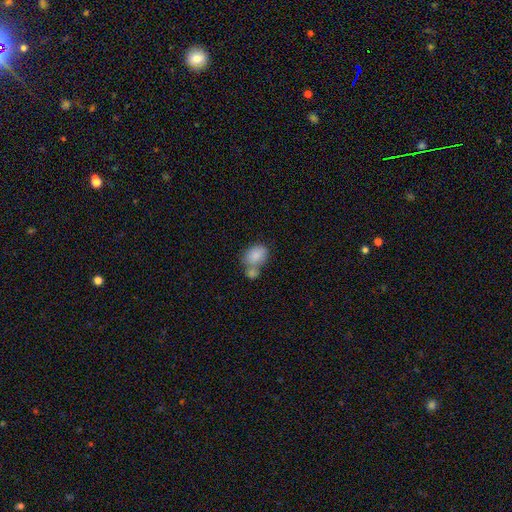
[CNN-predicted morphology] smooth_or_featured: smooth (p=0.85) [alt: featured or disk p=0.08]
how_rounded: in between (p=0.81) [alt: round p=0.18]
merging: merger (p=0.45) [alt: none p=0.37]